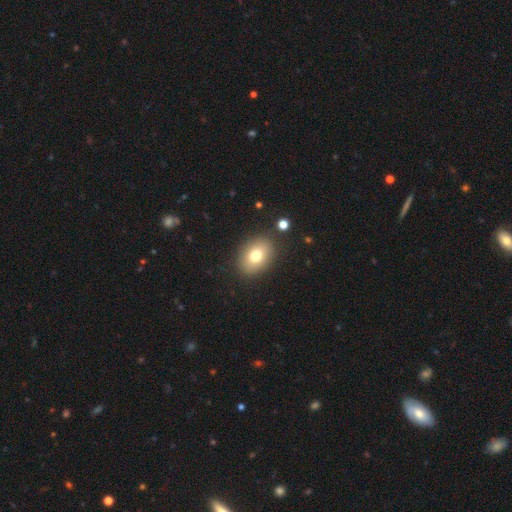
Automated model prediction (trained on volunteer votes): smooth_or_featured: smooth (p=0.76) [alt: featured or disk p=0.14]
how_rounded: in between (p=0.77) [alt: round p=0.22]
merging: none (p=0.86) [alt: minor disturbance p=0.09]